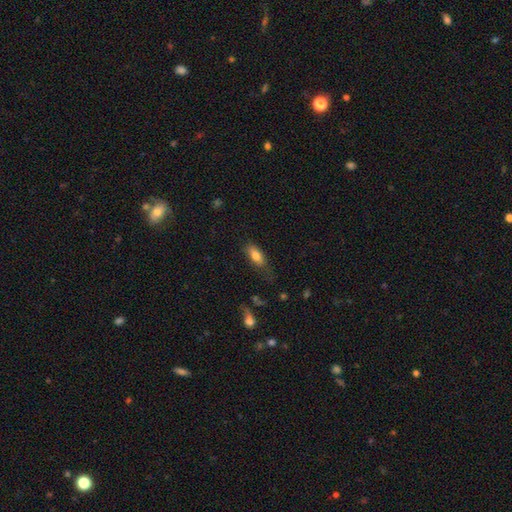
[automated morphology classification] Smooth or featured: smooth — 77% (featured or disk — 15%)
How rounded: in between — 79% (cigar-shaped — 18%)
Merging: none — 64% (minor disturbance — 25%)